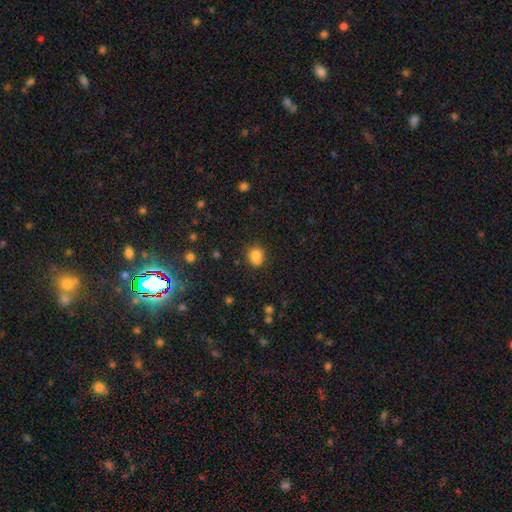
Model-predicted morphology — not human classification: type=smooth (80%); roundness=round (82%); merging=none (69%).